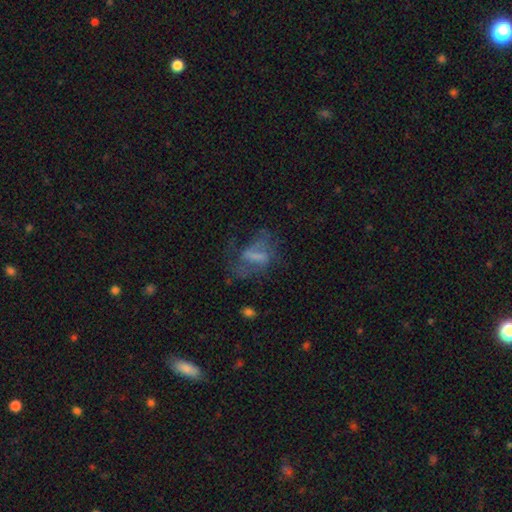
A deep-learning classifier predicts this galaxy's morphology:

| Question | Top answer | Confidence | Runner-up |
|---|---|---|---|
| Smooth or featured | featured or disk | 49% | smooth (34%) |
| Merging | none | 43% | major disturbance (33%) |